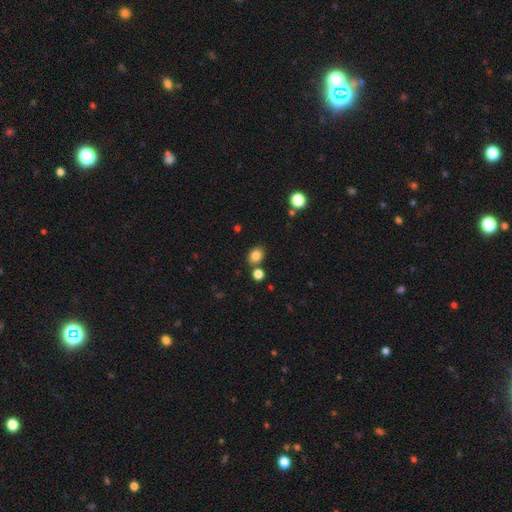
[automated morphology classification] This appears to be a smooth galaxy with no disk features (82%) that is in between round and cigar-shaped (51%). Merging: none (72%).